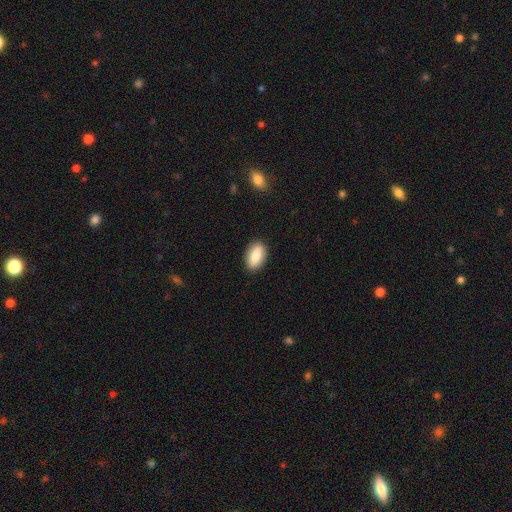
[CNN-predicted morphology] This appears to be a smooth galaxy with no disk features (83%) that is in between round and cigar-shaped (92%). Merging: none (89%).